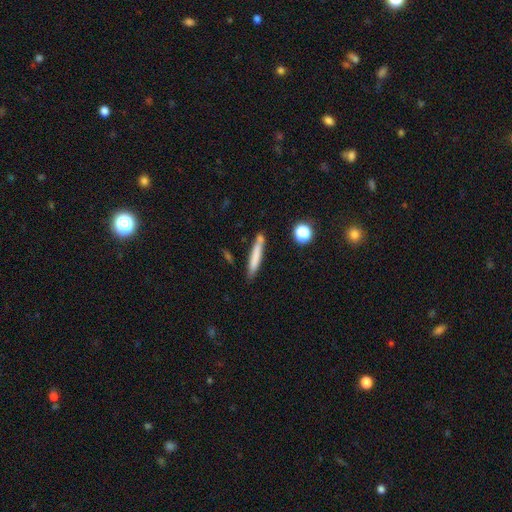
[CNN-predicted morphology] This is likely a smooth galaxy (72%). How rounded: clearly cigar-shaped (93%). Merging: likely none (77%).